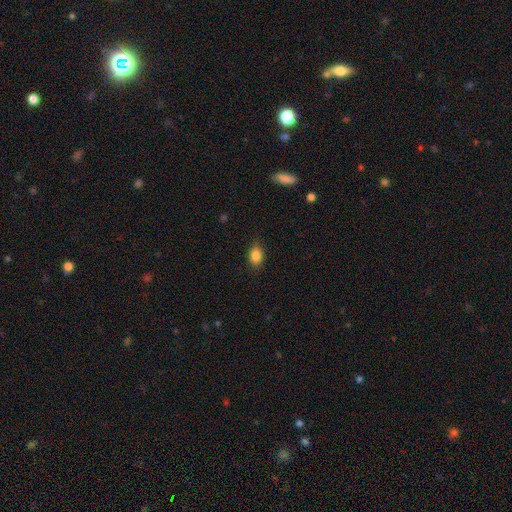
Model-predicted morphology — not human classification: type=smooth (86%); roundness=in between (80%); merging=none (84%).